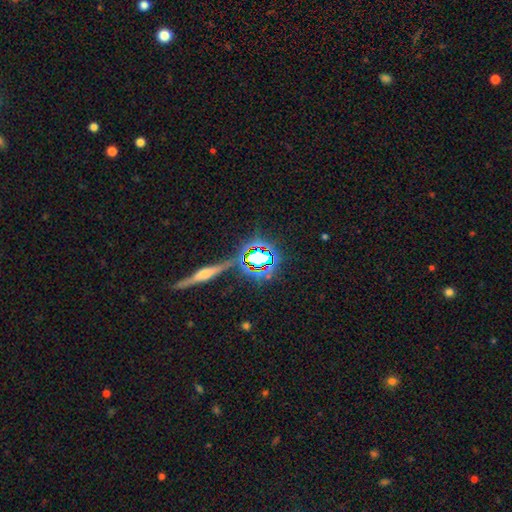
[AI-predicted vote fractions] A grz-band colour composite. It shows a star or artifact, not a galaxy (62%).